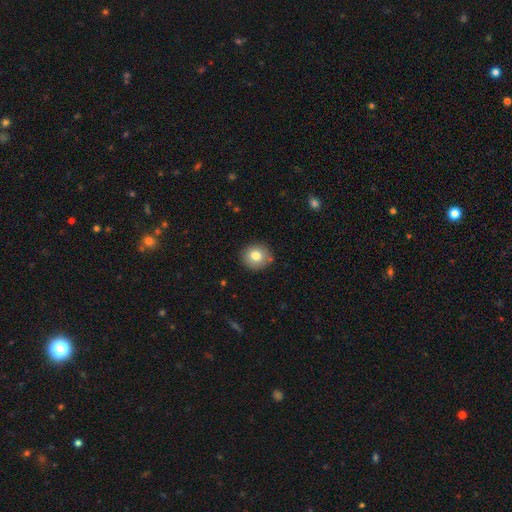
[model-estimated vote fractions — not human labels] smooth_or_featured: smooth (p=0.80) [alt: featured or disk p=0.10]
how_rounded: round (p=0.85) [alt: in between p=0.14]
merging: none (p=0.87) [alt: minor disturbance p=0.09]